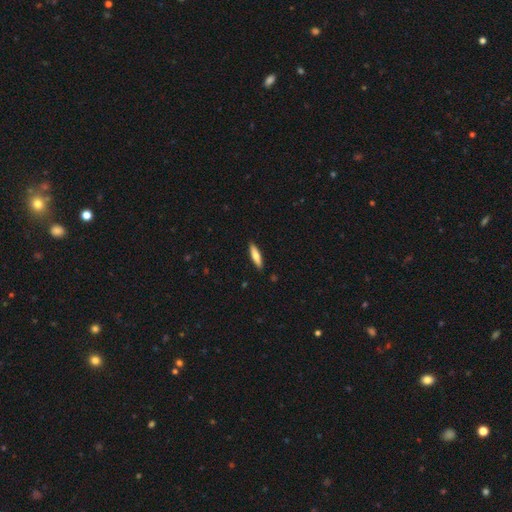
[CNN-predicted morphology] Smooth or featured?
  - smooth: 67% *
  - featured or disk: 27%
  - star or artifact: 6%
How rounded?
  - cigar-shaped: 73% *
  - in between: 25%
  - round: 2%
Merging?
  - none: 89% *
  - minor disturbance: 8%
  - major disturbance: 2%
  - merger: 1%